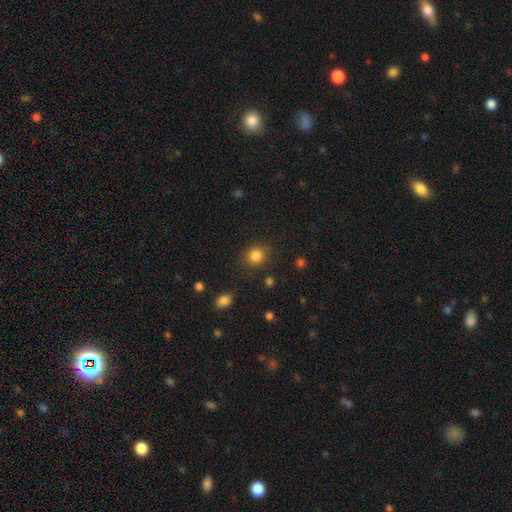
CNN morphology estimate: Overall: smooth (84%). How rounded: round (77%). Merging: none (81%).